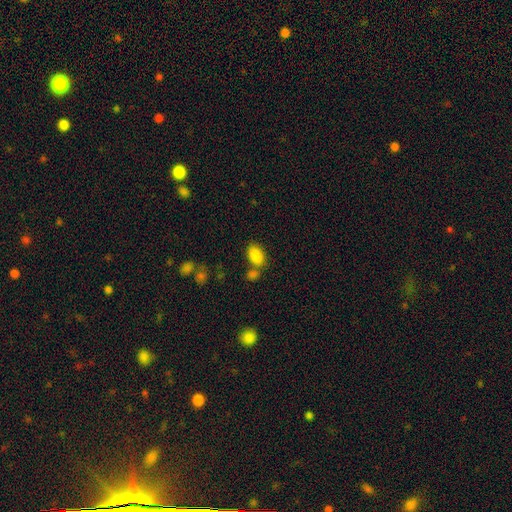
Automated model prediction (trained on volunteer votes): smooth_or_featured: smooth (p=0.87) [alt: star or artifact p=0.08]
how_rounded: in between (p=0.90) [alt: round p=0.08]
merging: none (p=0.60) [alt: merger p=0.23]